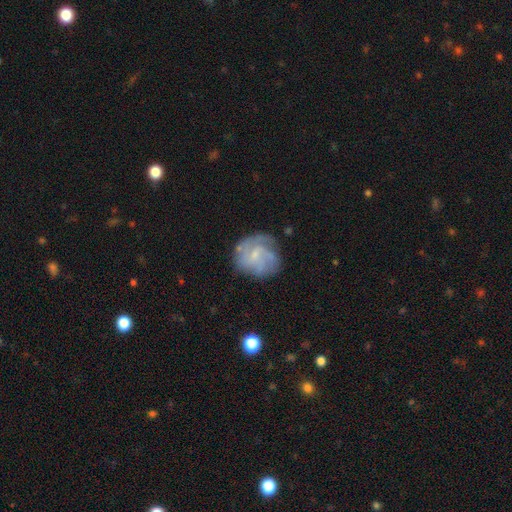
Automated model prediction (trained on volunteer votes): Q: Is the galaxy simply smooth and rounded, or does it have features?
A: featured or disk — 65%.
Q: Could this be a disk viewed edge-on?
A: no — 98%.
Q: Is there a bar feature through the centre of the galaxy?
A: no — 53%.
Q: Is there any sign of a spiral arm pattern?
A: yes — 84%.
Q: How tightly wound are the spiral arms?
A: medium — 41%.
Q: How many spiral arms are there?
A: can't tell — 37%.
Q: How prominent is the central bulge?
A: small — 63%.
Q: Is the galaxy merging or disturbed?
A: none — 65%.